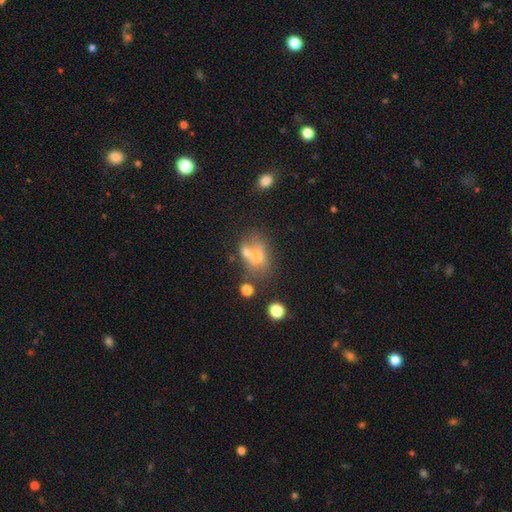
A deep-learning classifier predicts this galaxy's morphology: smooth 59%, featured or disk 26%, star or artifact 16%. Down the decision tree: how rounded — in between (60%); merging — none (39%).